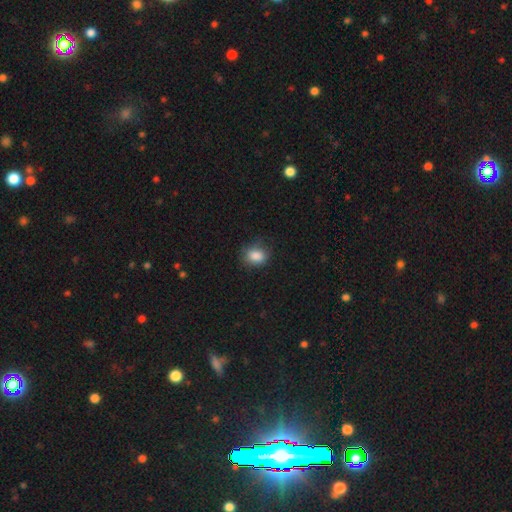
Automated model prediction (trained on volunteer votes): Morphology: type=smooth (86%); roundness=in between (55%); merging=none (74%).